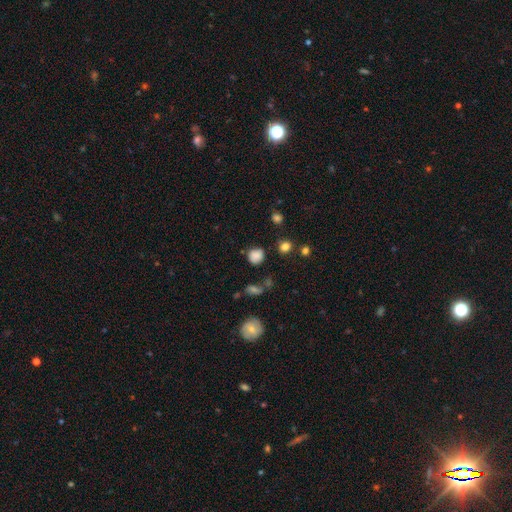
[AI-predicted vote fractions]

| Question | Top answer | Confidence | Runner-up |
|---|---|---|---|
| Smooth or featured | smooth | 81% | star or artifact (13%) |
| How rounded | round | 82% | in between (17%) |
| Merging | none | 74% | minor disturbance (16%) |